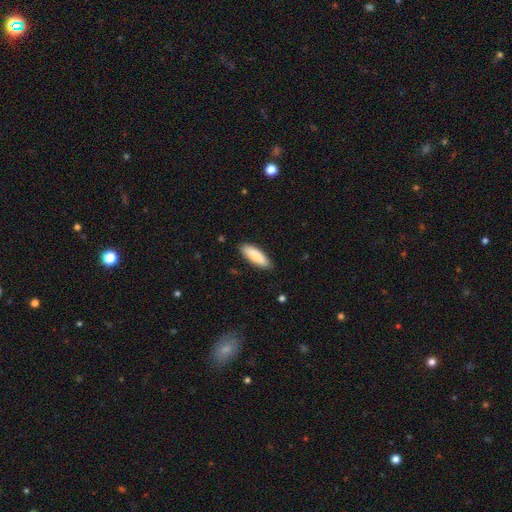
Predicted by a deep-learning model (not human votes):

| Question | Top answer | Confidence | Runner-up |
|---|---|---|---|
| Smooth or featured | smooth | 85% | featured or disk (10%) |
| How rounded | in between | 57% | cigar-shaped (42%) |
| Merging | none | 87% | minor disturbance (10%) |